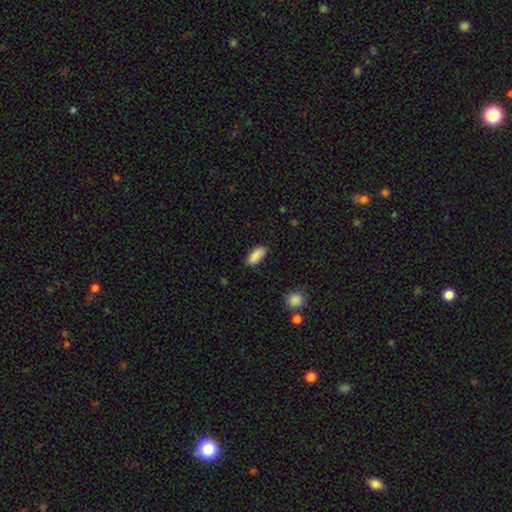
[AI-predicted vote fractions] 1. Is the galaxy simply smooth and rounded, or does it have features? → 89% smooth, 7% star or artifact, 4% featured or disk.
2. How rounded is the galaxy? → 86% in between, 12% cigar-shaped, 2% round.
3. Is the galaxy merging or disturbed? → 81% none, 15% minor disturbance, 3% major disturbance, 2% merger.